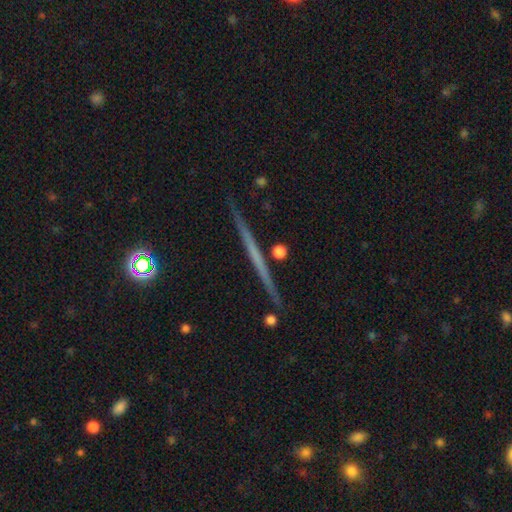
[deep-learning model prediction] Q: Smooth or featured?
A: featured or disk (64%); runner-up: smooth (29%)
Q: Edge-on disk?
A: yes (98%); runner-up: no (2%)
Q: Edge-on bulge?
A: none (88%); runner-up: rounded (8%)
Q: Merging?
A: none (91%); runner-up: minor disturbance (6%)